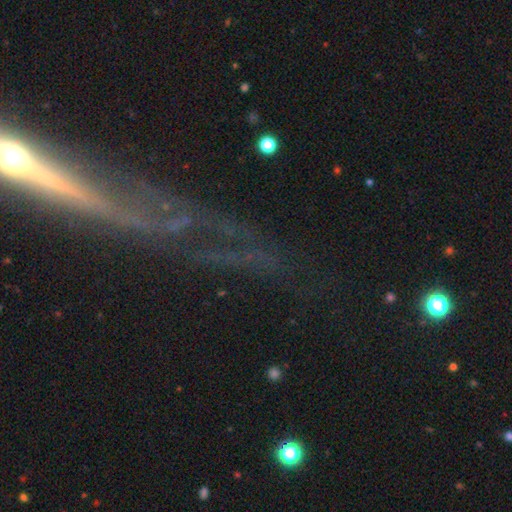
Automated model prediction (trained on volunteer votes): Smooth or featured? Predicted: star or artifact (p=0.44).